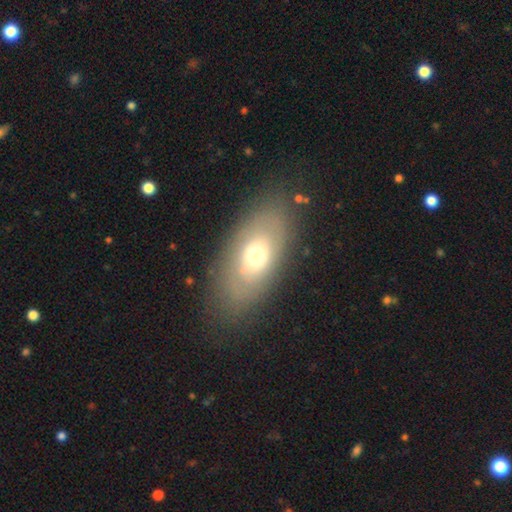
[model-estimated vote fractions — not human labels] Smooth or featured? Predicted: smooth (p=0.54). How rounded? Predicted: in between (p=0.87). Merging? Predicted: none (p=0.79).